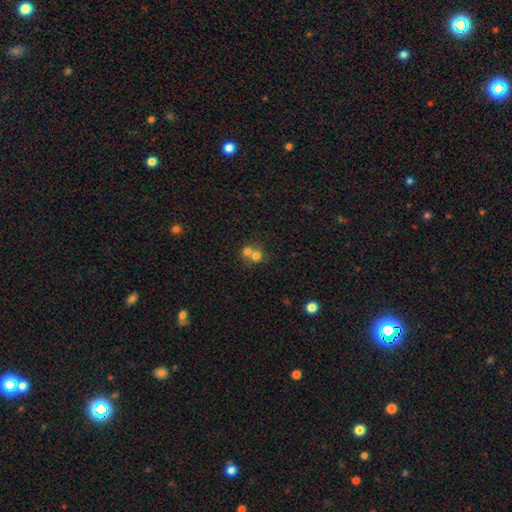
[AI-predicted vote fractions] Smooth or featured? Predicted: smooth (p=0.70). How rounded? Predicted: round (p=0.80). Merging? Predicted: merger (p=0.63).